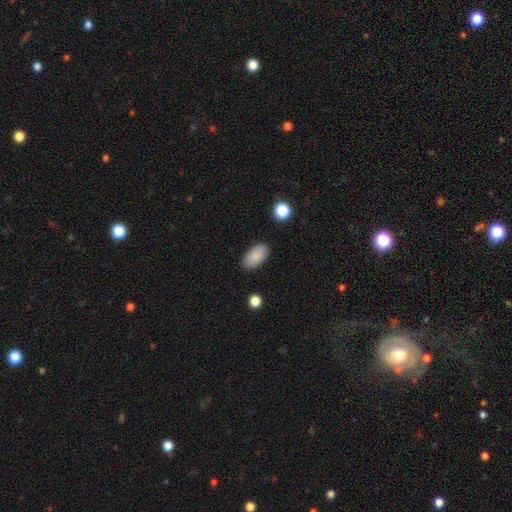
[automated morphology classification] The model was most divided on "merging": none: 86%, minor disturbance: 10%, major disturbance: 2%, merger: 1%. More confident: how rounded — in between (94%); smooth or featured — smooth (88%).